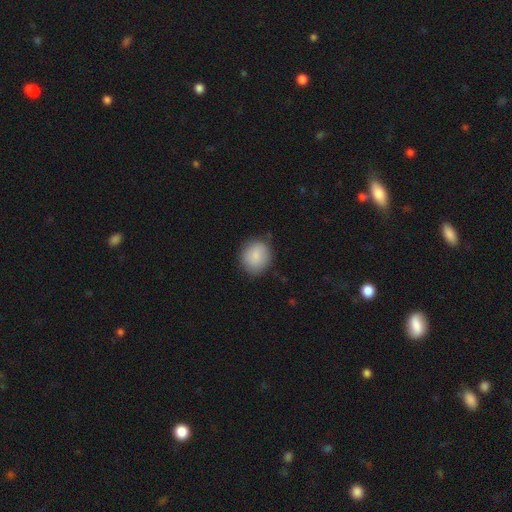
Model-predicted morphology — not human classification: This appears to be a smooth galaxy with no disk features (86%) that is round (76%). Merging: none (80%).